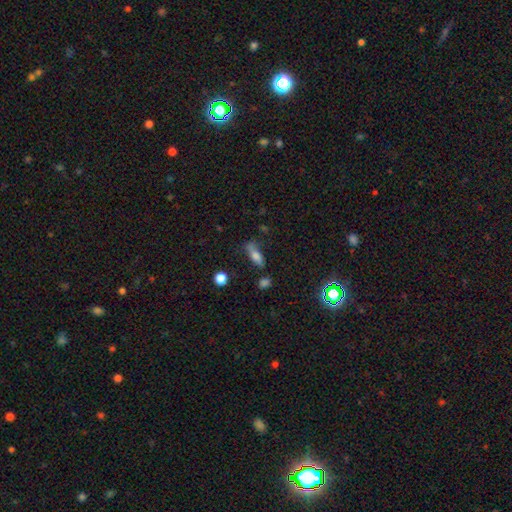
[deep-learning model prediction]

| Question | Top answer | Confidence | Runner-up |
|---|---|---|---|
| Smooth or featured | smooth | 68% | featured or disk (22%) |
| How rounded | in between | 57% | cigar-shaped (39%) |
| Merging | none | 58% | minor disturbance (25%) |